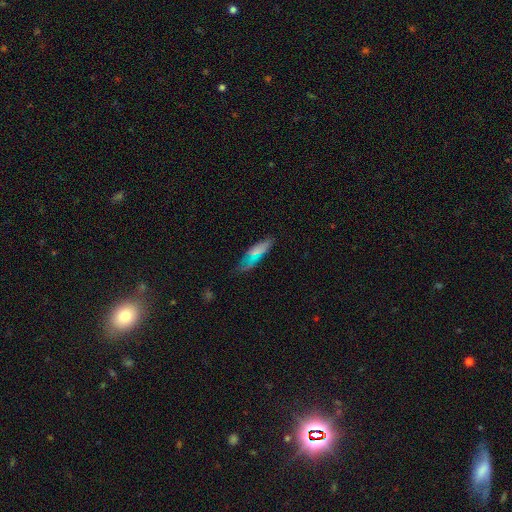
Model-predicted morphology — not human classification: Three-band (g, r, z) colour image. It shows a smooth galaxy with no disk features (60%) that is cigar-shaped (58%). Merging: none (58%).